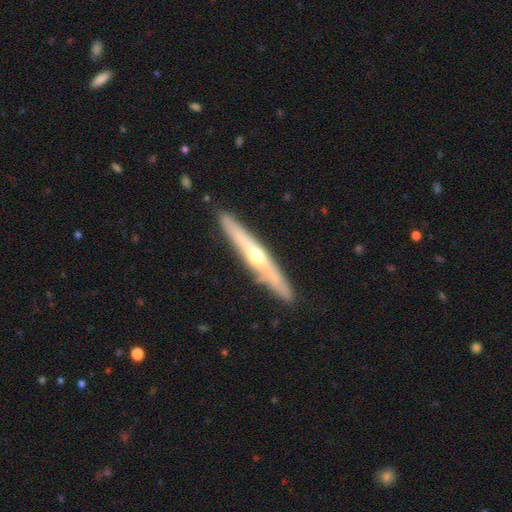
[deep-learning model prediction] Smooth or featured: featured or disk — 60% (smooth — 35%)
Edge-on disk: yes — 91% (no — 9%)
Edge-on bulge: rounded — 82% (none — 15%)
Merging: none — 86% (minor disturbance — 10%)